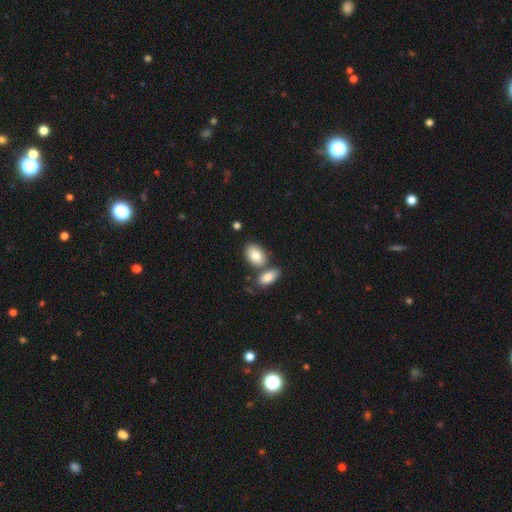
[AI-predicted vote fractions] smooth-or-featured: smooth: 83% | featured or disk: 10% | star or artifact: 7%
  how-rounded: in between: 88% | round: 11% | cigar-shaped: 2%
  merging: none: 55% | merger: 29% | minor disturbance: 12% | major disturbance: 3%